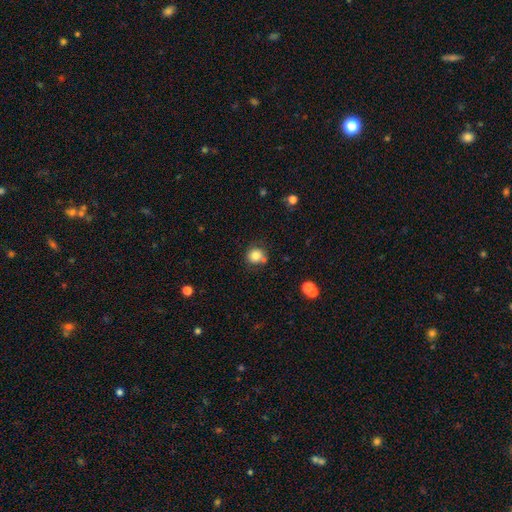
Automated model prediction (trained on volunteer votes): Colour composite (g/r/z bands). It shows a smooth galaxy with no disk features (80%) that is round (88%). Merging: none (71%).